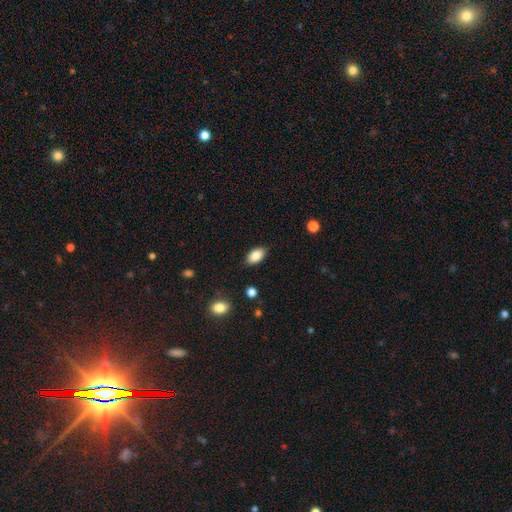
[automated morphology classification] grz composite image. It shows a smooth galaxy with no disk features (86%) that is in between round and cigar-shaped (92%). Merging: none (86%).